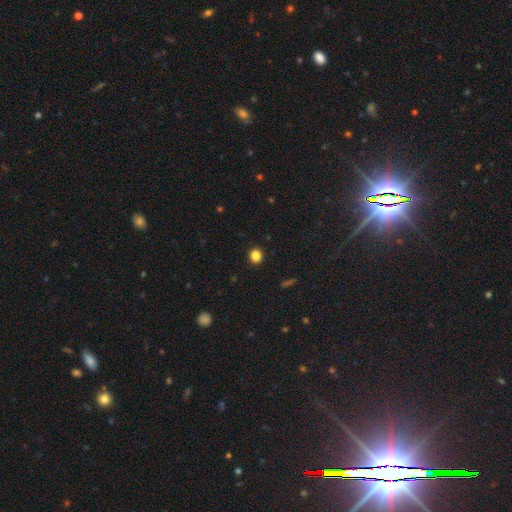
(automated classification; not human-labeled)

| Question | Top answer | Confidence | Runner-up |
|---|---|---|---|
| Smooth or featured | smooth | 84% | star or artifact (12%) |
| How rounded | round | 87% | in between (12%) |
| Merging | none | 92% | minor disturbance (5%) |